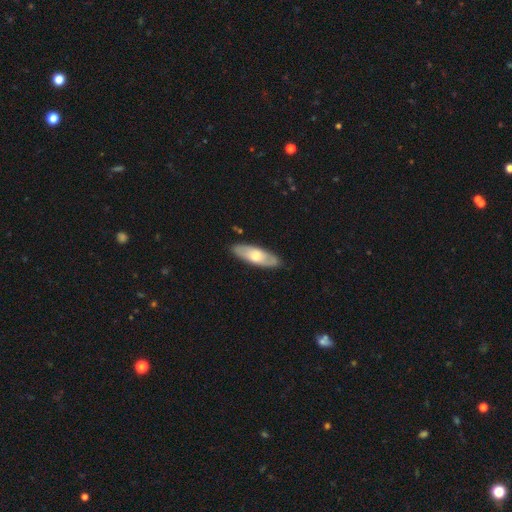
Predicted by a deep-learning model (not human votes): Smooth or featured?
  - smooth: 60% *
  - featured or disk: 35%
  - star or artifact: 5%
How rounded?
  - in between: 61% *
  - cigar-shaped: 37%
  - round: 2%
Merging?
  - none: 87% *
  - minor disturbance: 10%
  - major disturbance: 2%
  - merger: 1%